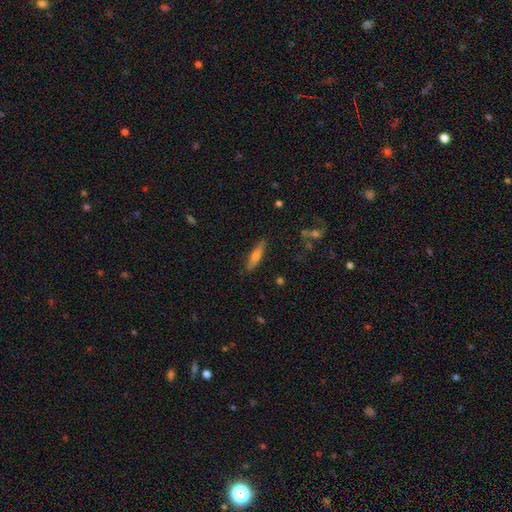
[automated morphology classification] Q: Smooth or featured?
A: smooth (60%); runner-up: featured or disk (32%)
Q: How rounded?
A: cigar-shaped (77%); runner-up: in between (21%)
Q: Merging?
A: none (86%); runner-up: minor disturbance (10%)